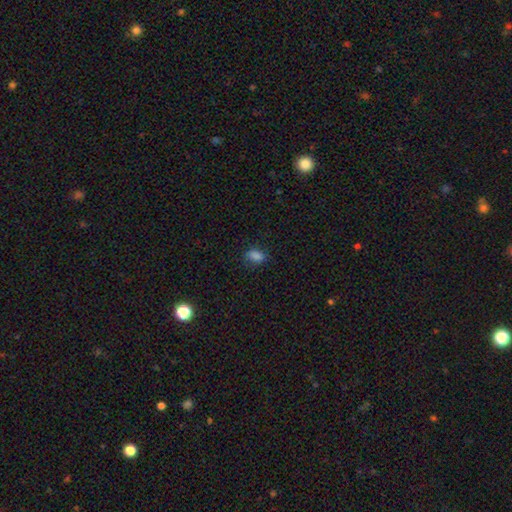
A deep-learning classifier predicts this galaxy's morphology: The model was most divided on "merging": none: 75%, minor disturbance: 19%, major disturbance: 5%, merger: 2%. More confident: smooth or featured — smooth (82%); how rounded — in between (80%).